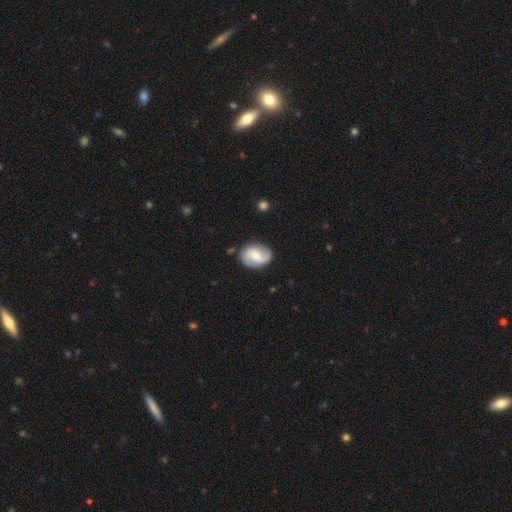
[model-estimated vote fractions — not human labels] This is likely a featured or disk galaxy (64%). It is clearly not viewed edge-on (97%). Bar: possibly no (49%). Spiral arm pattern: clearly yes (93%). Spiral arm count: clearly 2 (86%). Spiral winding: marginally medium (42%). Central bulge: marginally moderate (43%, tied with small). Merging: likely none (79%).